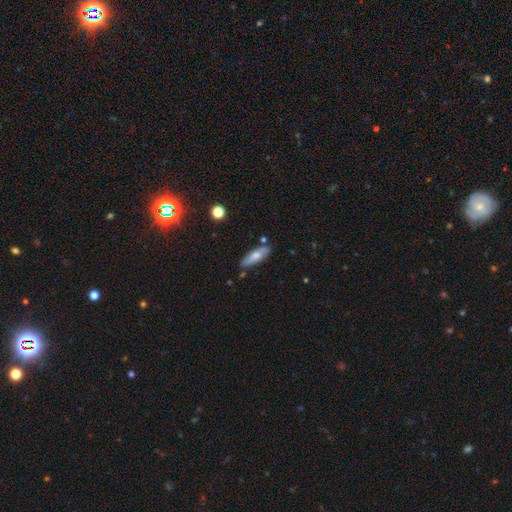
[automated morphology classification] Smooth or featured: smooth — 68% (featured or disk — 25%)
How rounded: in between — 50% (cigar-shaped — 48%)
Merging: none — 76% (minor disturbance — 16%)